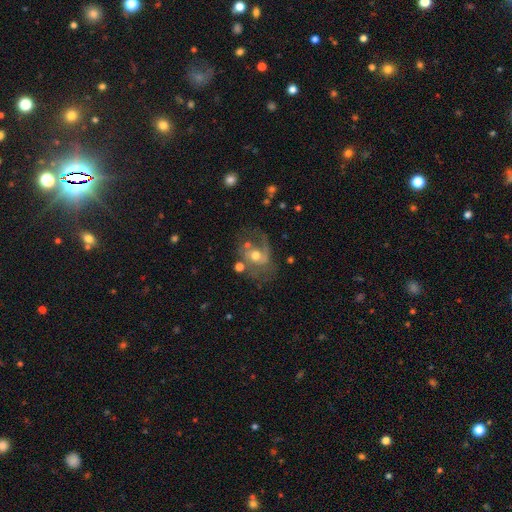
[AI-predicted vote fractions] Overall: featured or disk (70%). Edge-on disk: no (97%). Bar: no (65%; weak 29%). Spiral arms: yes (79%). Spiral arm count: 2 (56%; 1 24%). Spiral winding: medium (45%; loose 37%). Bulge size: moderate (70%). Merging: none (44%; major disturbance 26%).